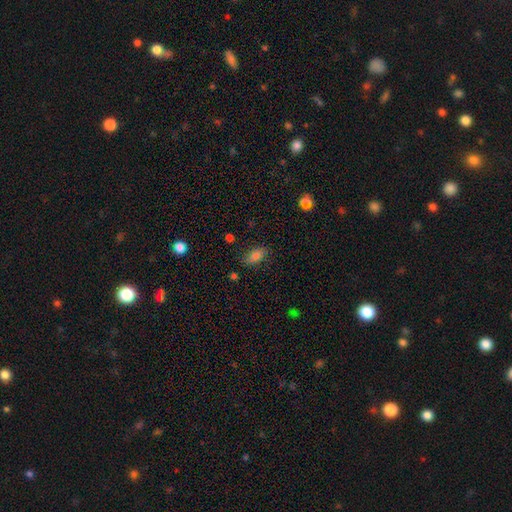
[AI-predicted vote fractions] Smooth or featured? Predicted: smooth (p=0.80). How rounded? Predicted: in between (p=0.88). Merging? Predicted: none (p=0.79).